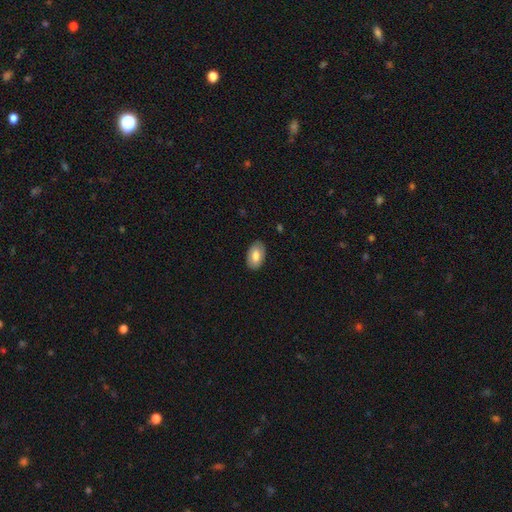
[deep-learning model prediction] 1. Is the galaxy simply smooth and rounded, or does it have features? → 76% smooth, 18% featured or disk, 6% star or artifact.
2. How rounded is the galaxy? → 91% in between, 8% round, 1% cigar-shaped.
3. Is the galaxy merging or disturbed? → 87% none, 10% minor disturbance, 2% major disturbance, 1% merger.